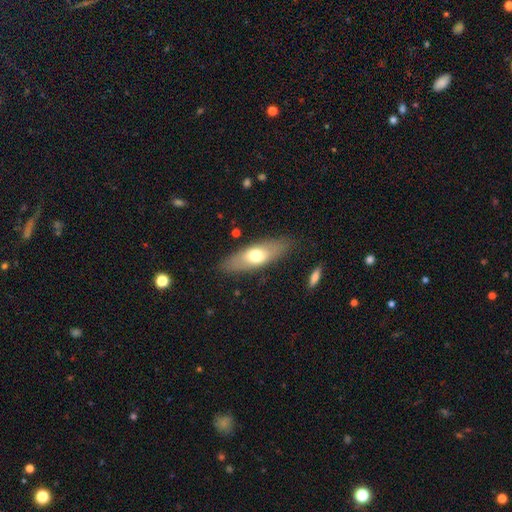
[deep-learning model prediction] This is likely a smooth galaxy (60%). How rounded: likely in between (63%). Merging: clearly none (84%).